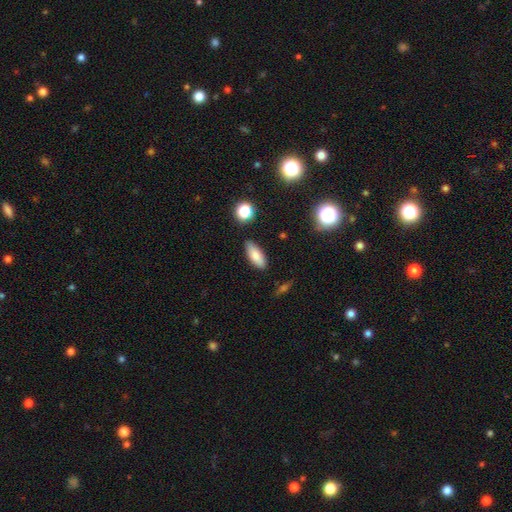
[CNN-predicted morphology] Overall: smooth (82%). How rounded: in between (79%). Merging: none (84%).